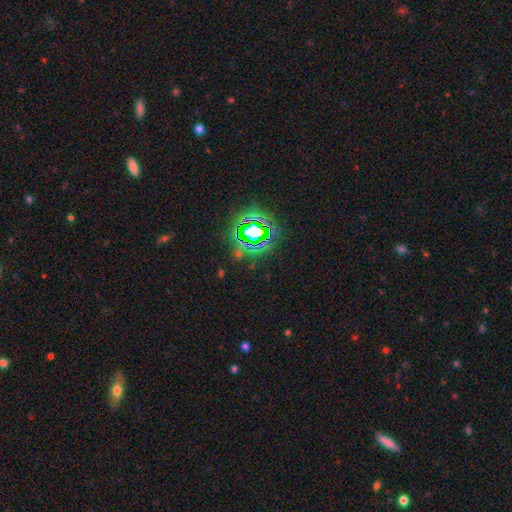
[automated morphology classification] A star or artifact, not a galaxy (79%).

Vote fractions:
- Smooth or featured? star or artifact: 79% / smooth: 12% / featured or disk: 9%